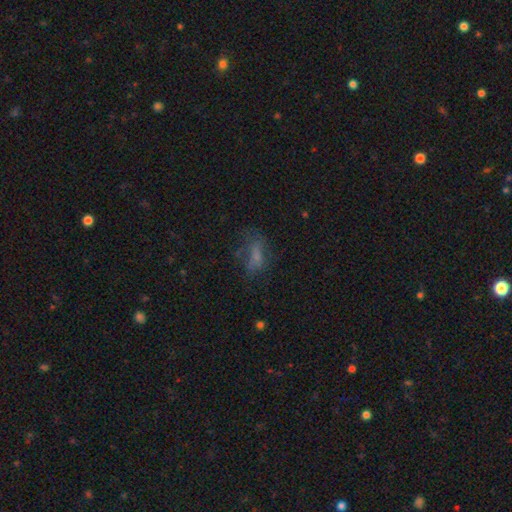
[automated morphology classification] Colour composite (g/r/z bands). It shows a smooth galaxy with no disk features (53%) that is in between round and cigar-shaped (73%). Merging: none (43%).